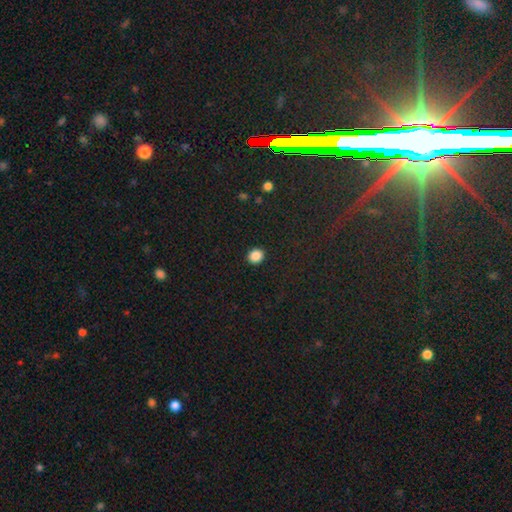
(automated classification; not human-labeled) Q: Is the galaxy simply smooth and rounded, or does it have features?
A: smooth — 87%.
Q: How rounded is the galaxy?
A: round — 67%.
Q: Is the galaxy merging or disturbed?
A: none — 91%.